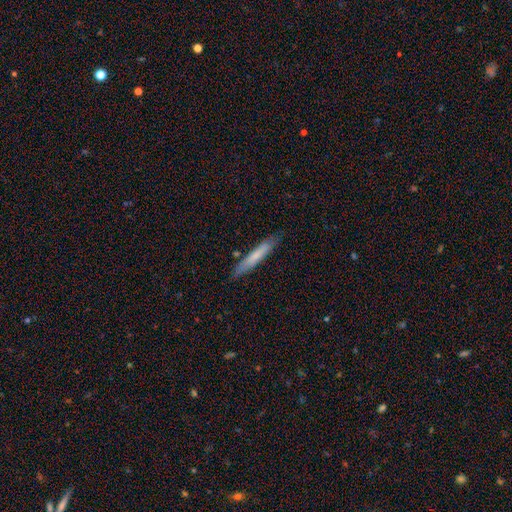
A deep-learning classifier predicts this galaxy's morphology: A smooth galaxy with no disk features (68%) that is cigar-shaped (94%).

Vote fractions:
- Smooth or featured? smooth: 68% / featured or disk: 26% / star or artifact: 6%
- How rounded? cigar-shaped: 94% / in between: 5% / round: 1%
- Merging? none: 85% / minor disturbance: 11% / major disturbance: 2% / merger: 2%